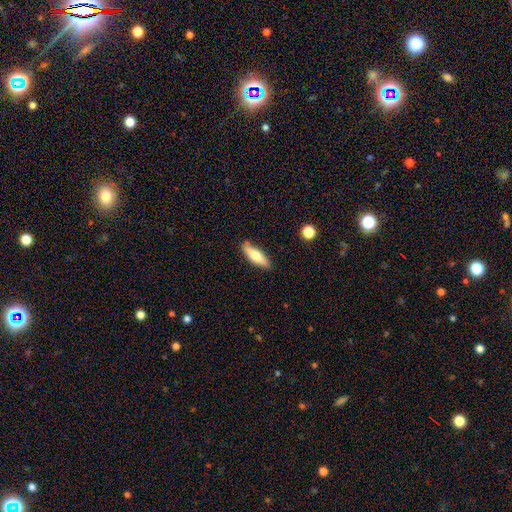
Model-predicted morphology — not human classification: smooth_or_featured: smooth (p=0.67) [alt: featured or disk p=0.27]
how_rounded: cigar-shaped (p=0.54) [alt: in between p=0.44]
merging: none (p=0.81) [alt: minor disturbance p=0.14]